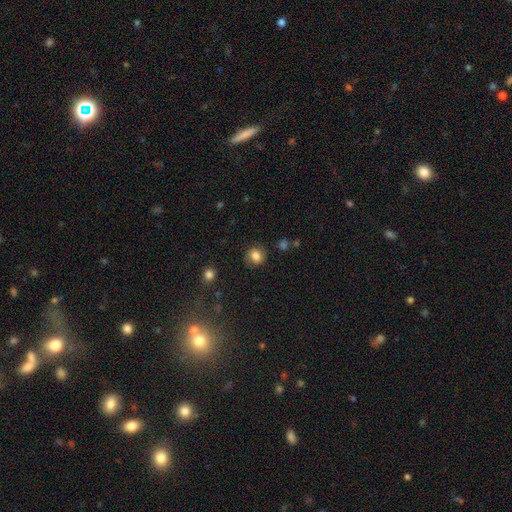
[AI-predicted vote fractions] Overall: smooth (81%). How rounded: round (73%). Merging: none (82%).